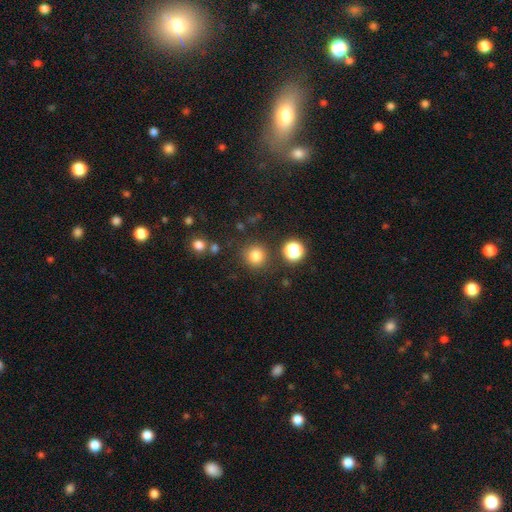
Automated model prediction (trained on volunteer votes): Smooth or featured? Predicted: smooth (p=0.81). How rounded? Predicted: round (p=0.94). Merging? Predicted: none (p=0.85).